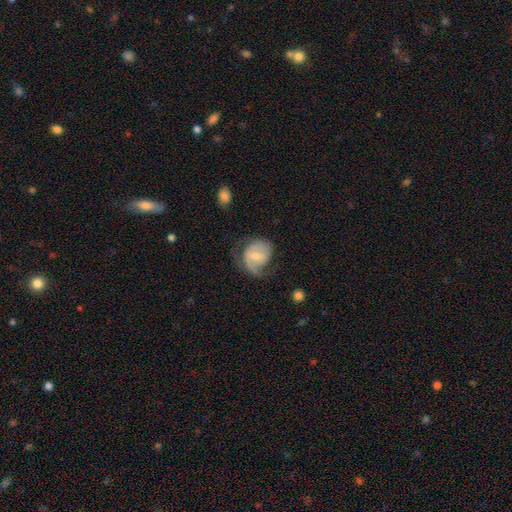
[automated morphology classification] The model was most divided on "spiral winding": medium: 38%, tight: 37%, loose: 25%. Remaining: edge-on disk — no (97%); spiral arms — yes (83%); smooth or featured — featured or disk (64%); bar — no (60%); bulge size — moderate (52%); merging — none (46%); spiral arm count — 2 (43%).